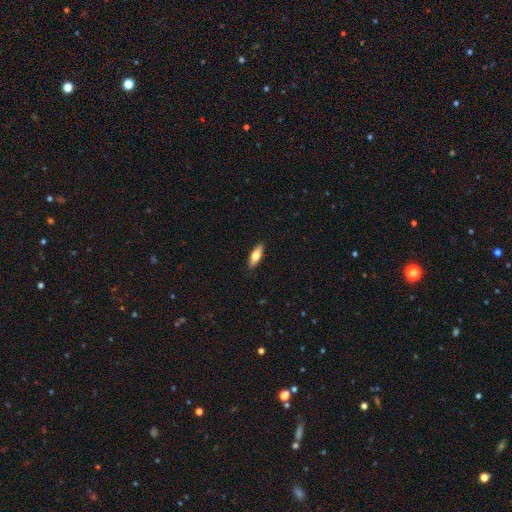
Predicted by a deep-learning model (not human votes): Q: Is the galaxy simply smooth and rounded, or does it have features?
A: smooth — 67%.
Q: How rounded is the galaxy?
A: in between — 61%.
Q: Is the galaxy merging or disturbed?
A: none — 89%.